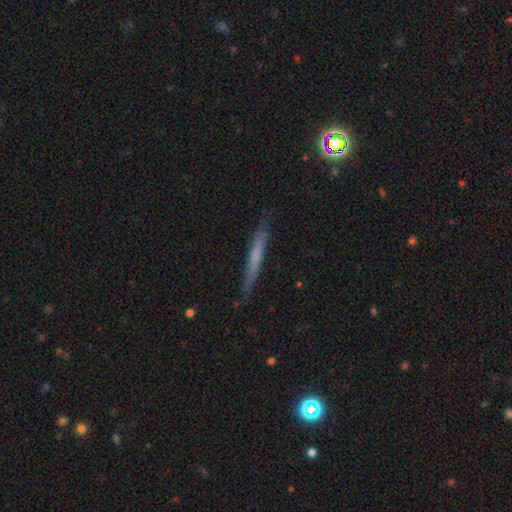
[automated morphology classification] A smooth galaxy with no disk features (51%) that is cigar-shaped (96%).

Vote fractions:
- Smooth or featured? smooth: 51% / featured or disk: 42% / star or artifact: 7%
- How rounded? cigar-shaped: 96% / in between: 3% / round: 2%
- Merging? none: 86% / minor disturbance: 11% / major disturbance: 2% / merger: 1%